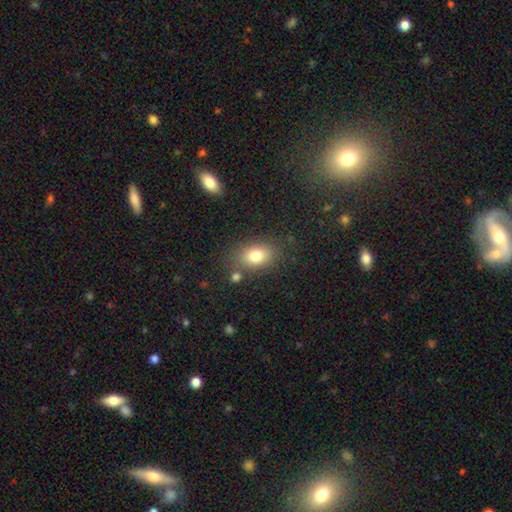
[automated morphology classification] smooth 80%, star or artifact 10%, featured or disk 10%. Down the decision tree: how rounded — in between (74%); merging — none (75%).